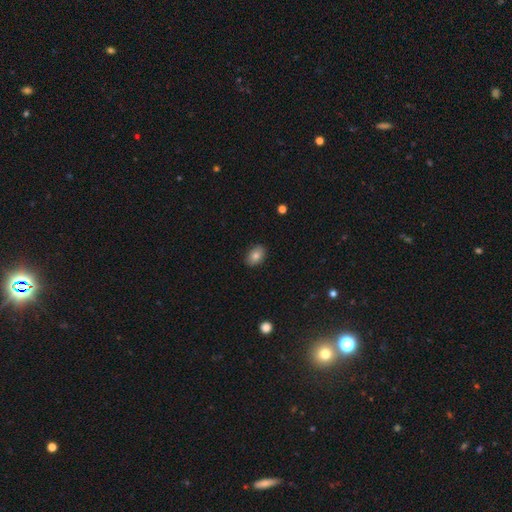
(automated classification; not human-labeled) Smooth or featured? Predicted: smooth (p=0.80). How rounded? Predicted: in between (p=0.83). Merging? Predicted: none (p=0.87).